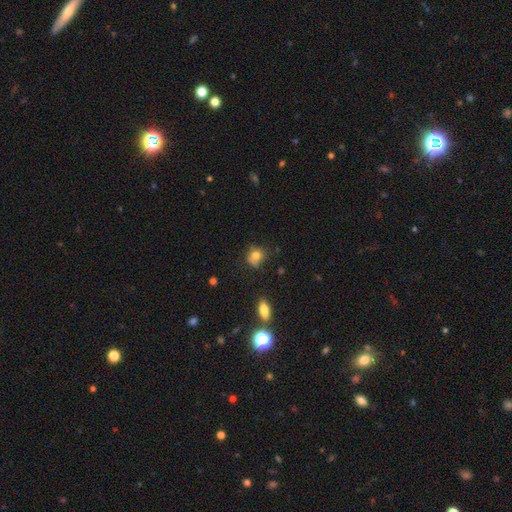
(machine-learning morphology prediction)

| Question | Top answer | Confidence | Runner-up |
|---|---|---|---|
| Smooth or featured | smooth | 75% | featured or disk (12%) |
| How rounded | round | 73% | in between (25%) |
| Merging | none | 56% | minor disturbance (27%) |